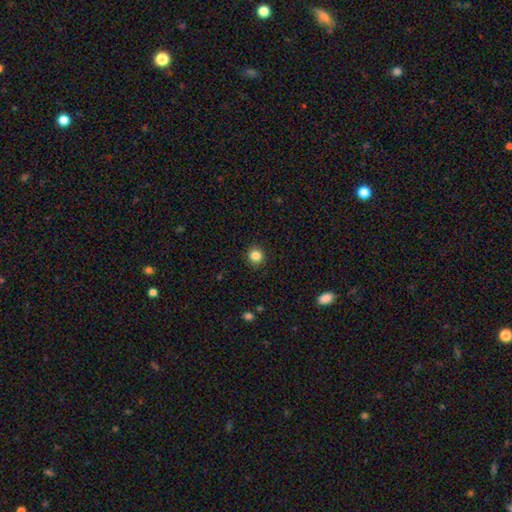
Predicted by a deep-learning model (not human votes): smooth_or_featured: smooth (p=0.85) [alt: star or artifact p=0.11]
how_rounded: round (p=0.92) [alt: in between p=0.07]
merging: none (p=0.91) [alt: minor disturbance p=0.06]